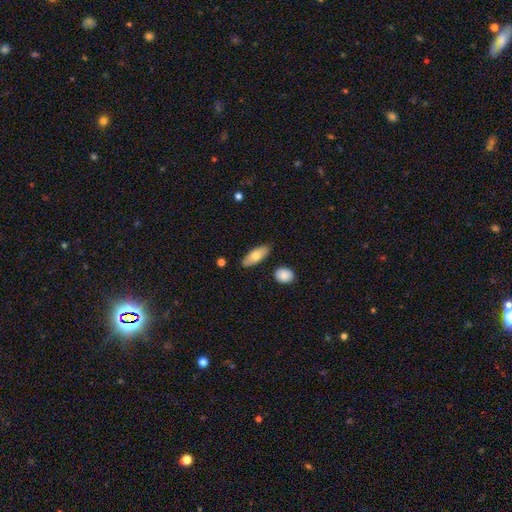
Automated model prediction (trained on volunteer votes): This appears to be a smooth galaxy with no disk features (70%) that is in between round and cigar-shaped (78%). Merging: none (83%).